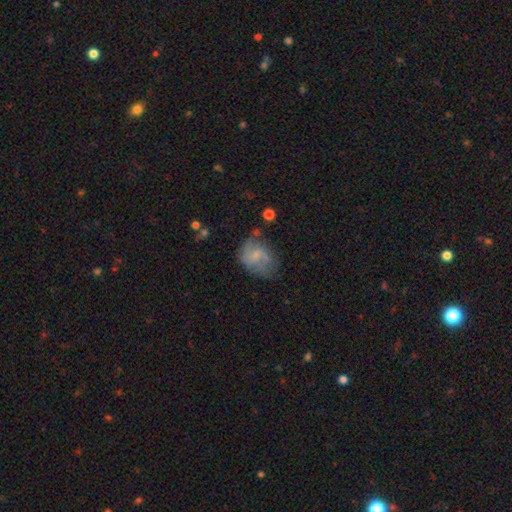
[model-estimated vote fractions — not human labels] The model was most divided on "smooth or featured": featured or disk: 49%, smooth: 42%, star or artifact: 9%. Remaining: merging — none (45%).